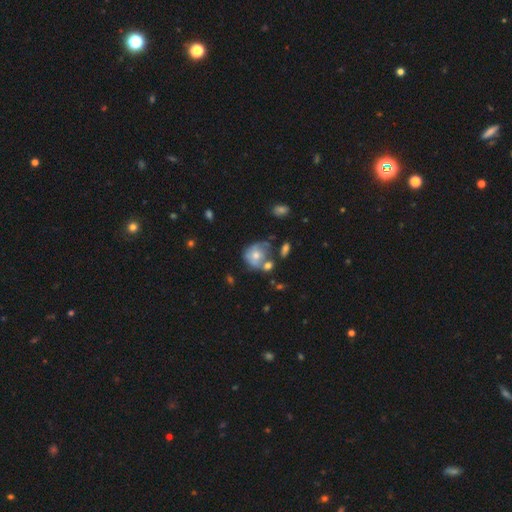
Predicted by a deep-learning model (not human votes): Smooth or featured: smooth — 48% (featured or disk — 43%)
Merging: none — 33% (merger — 26%)